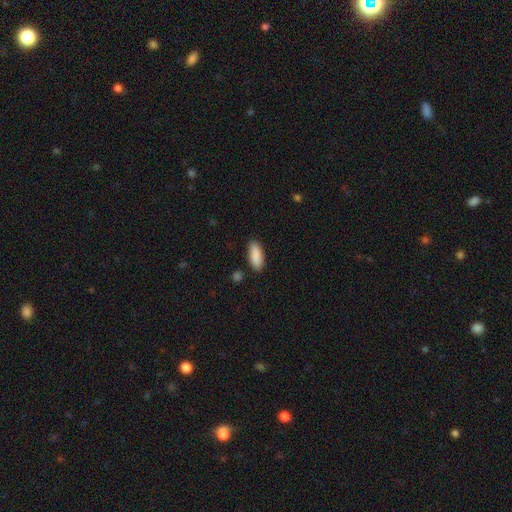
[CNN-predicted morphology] Q: Smooth or featured?
A: smooth (90%); runner-up: star or artifact (6%)
Q: How rounded?
A: in between (80%); runner-up: cigar-shaped (18%)
Q: Merging?
A: none (87%); runner-up: minor disturbance (9%)